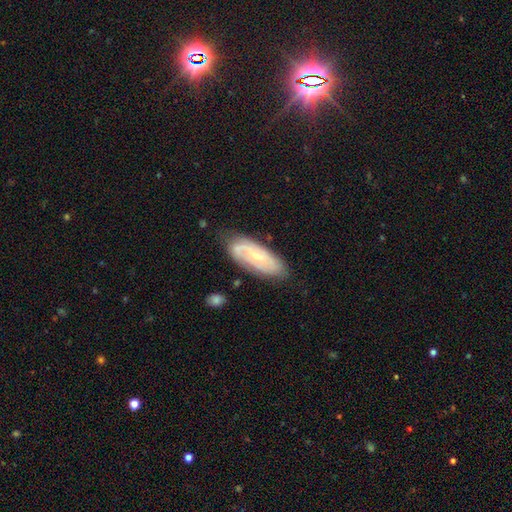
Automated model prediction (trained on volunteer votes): Smooth or featured? Predicted: featured or disk (p=0.66). Edge-on disk? Predicted: no (p=0.89). Bar? Predicted: no (p=0.56). Spiral arms? Predicted: yes (p=0.85). Spiral winding? Predicted: tight (p=0.43). Spiral arm count? Predicted: 2 (p=0.49). Bulge size? Predicted: small (p=0.68). Merging? Predicted: none (p=0.73).